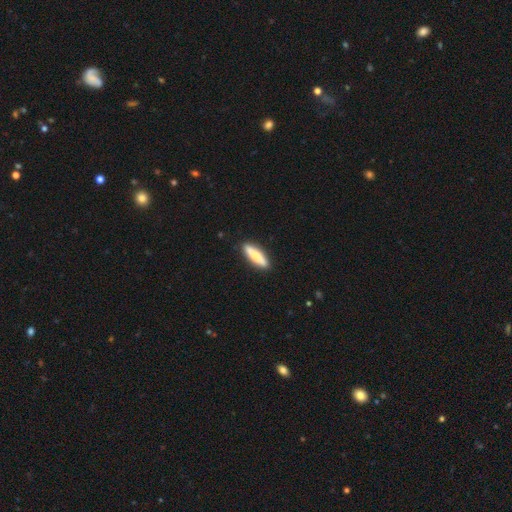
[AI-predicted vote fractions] Smooth or featured? Predicted: smooth (p=0.72). How rounded? Predicted: cigar-shaped (p=0.73). Merging? Predicted: none (p=0.90).